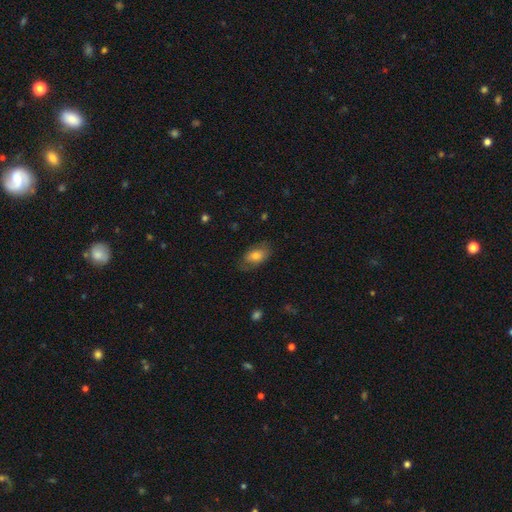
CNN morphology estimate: smooth 74%, featured or disk 19%, star or artifact 7%. Down the decision tree: how rounded — in between (90%); merging — none (71%).